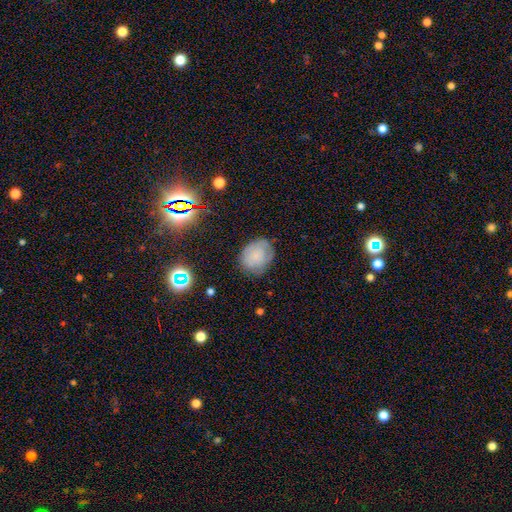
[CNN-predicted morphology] A smooth galaxy with no disk features (64%) that is round (51%). Merging: none (69%).